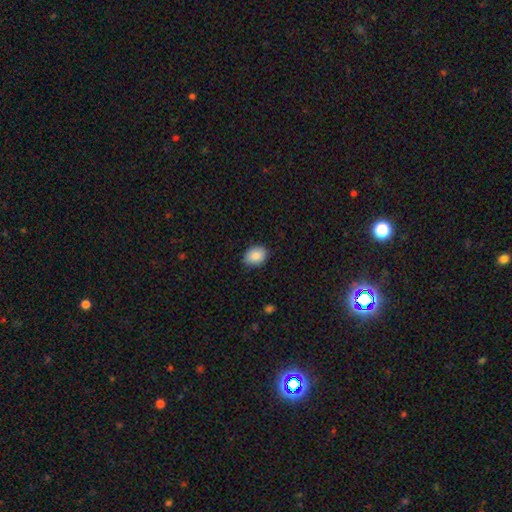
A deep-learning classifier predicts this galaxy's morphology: Overall: smooth (88%). How rounded: in between (68%; round 31%). Merging: none (84%).